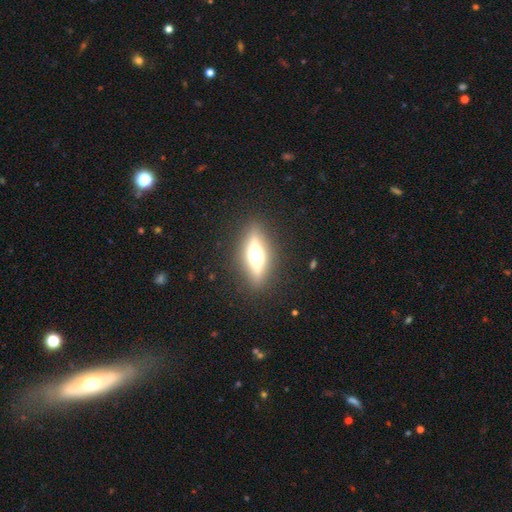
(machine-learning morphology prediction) Q: Smooth or featured?
A: featured or disk (55%); runner-up: smooth (37%)
Q: Edge-on disk?
A: yes (83%); runner-up: no (17%)
Q: Merging?
A: none (86%); runner-up: minor disturbance (9%)